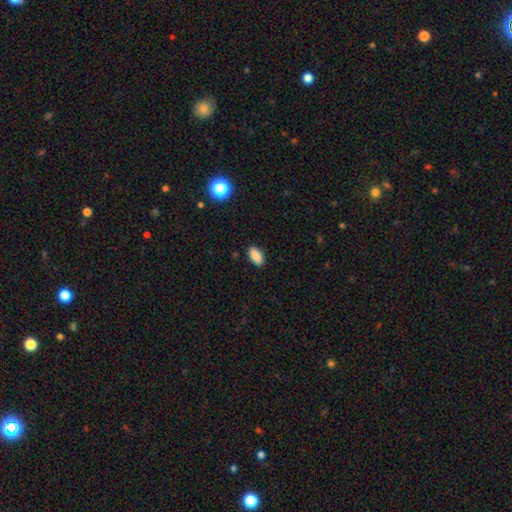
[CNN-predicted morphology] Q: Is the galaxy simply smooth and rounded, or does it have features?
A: smooth — 87%.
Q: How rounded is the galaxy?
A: in between — 91%.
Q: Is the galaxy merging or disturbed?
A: none — 88%.